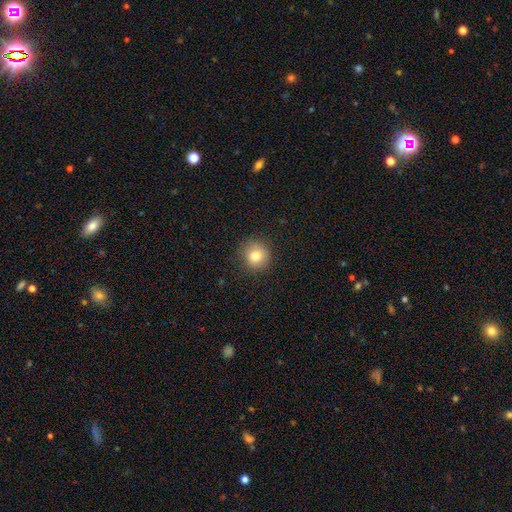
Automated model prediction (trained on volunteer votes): This is likely a smooth galaxy (78%). How rounded: clearly round (93%). Merging: clearly none (89%).